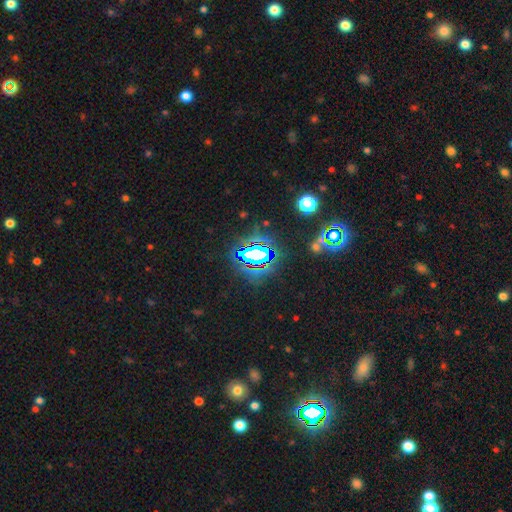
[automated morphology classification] Q: Smooth or featured?
A: star or artifact (72%); runner-up: smooth (16%)